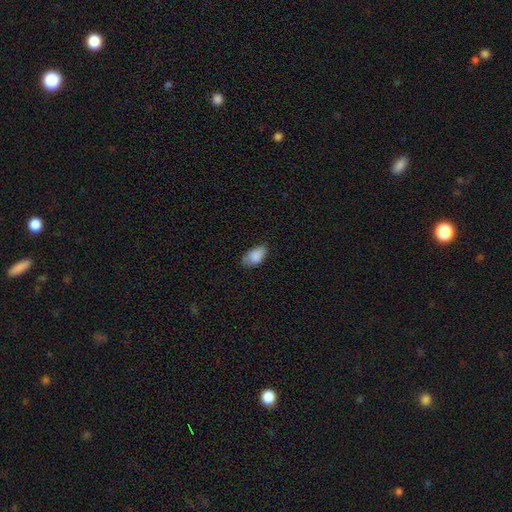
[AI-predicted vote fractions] Smooth or featured?
  - smooth: 87% *
  - star or artifact: 7%
  - featured or disk: 6%
How rounded?
  - in between: 93% *
  - round: 5%
  - cigar-shaped: 2%
Merging?
  - none: 68% *
  - minor disturbance: 26%
  - major disturbance: 5%
  - merger: 1%